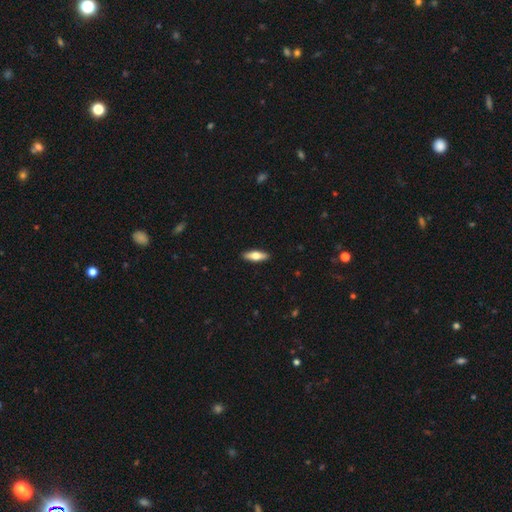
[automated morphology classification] type=smooth (60%); roundness=in between (50%); merging=none (91%).